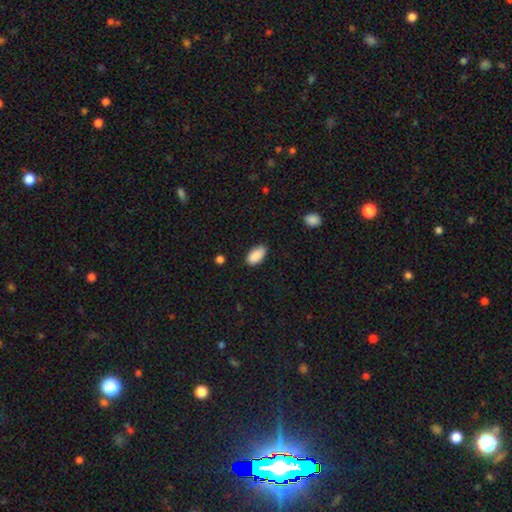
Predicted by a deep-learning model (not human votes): Smooth or featured? Predicted: smooth (p=0.90). How rounded? Predicted: in between (p=0.94). Merging? Predicted: none (p=0.80).